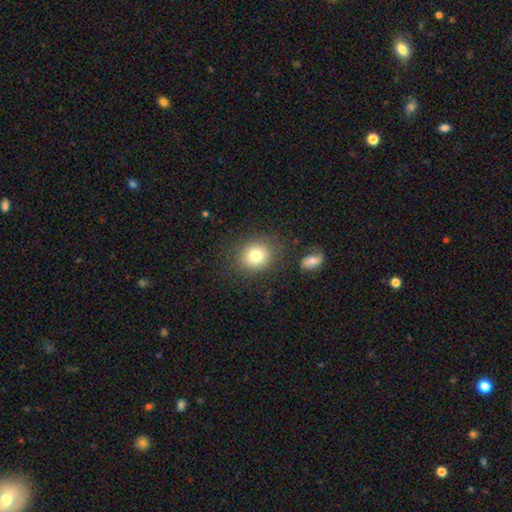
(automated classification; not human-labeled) This appears to be a smooth galaxy with no disk features (78%) that is round (71%). Merging: none (81%).